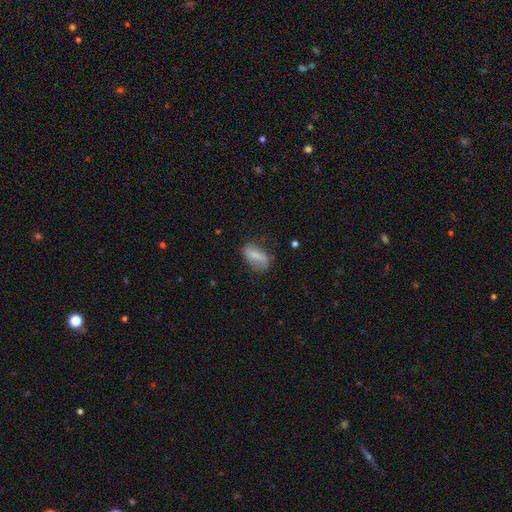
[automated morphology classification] The model was most divided on "smooth or featured": smooth: 57%, featured or disk: 35%, star or artifact: 8%. More confident: how rounded — in between (85%); merging — none (60%).